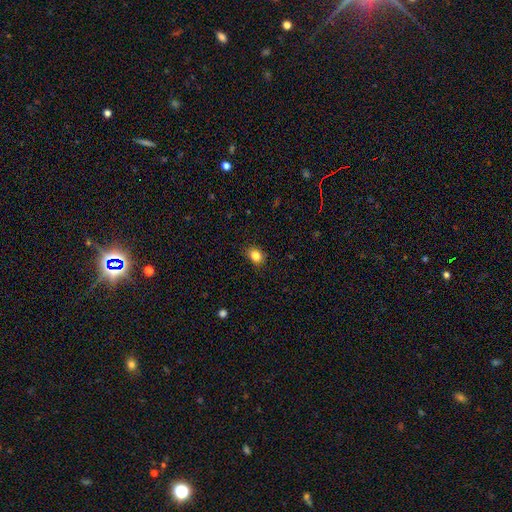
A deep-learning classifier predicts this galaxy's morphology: Smooth or featured? smooth (84%)
How rounded? in between (50%)
Merging? none (85%)